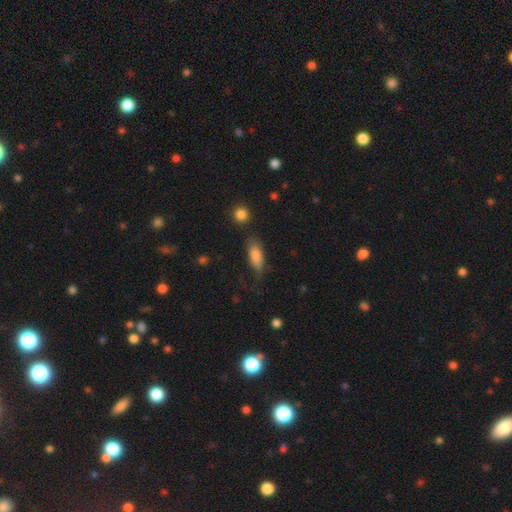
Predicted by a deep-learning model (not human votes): smooth-or-featured: smooth: 85% | featured or disk: 9% | star or artifact: 7%
  how-rounded: in between: 76% | cigar-shaped: 21% | round: 3%
  merging: none: 63% | minor disturbance: 23% | major disturbance: 10% | merger: 4%